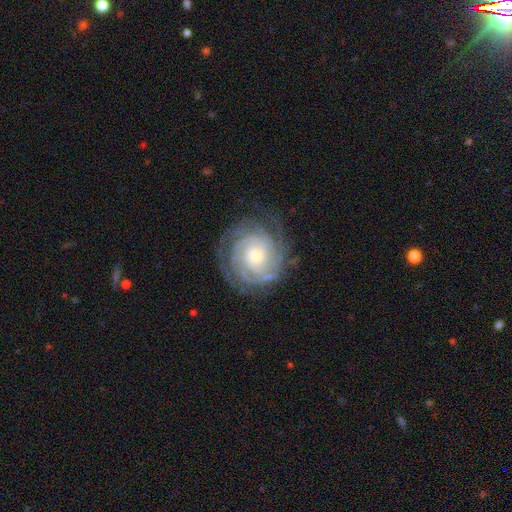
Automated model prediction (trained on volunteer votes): Smooth or featured? Predicted: featured or disk (p=0.87). Edge-on disk? Predicted: no (p=0.97). Bar? Predicted: no (p=0.75). Spiral arms? Predicted: yes (p=0.97). Spiral winding? Predicted: tight (p=0.80). Spiral arm count? Predicted: can't tell (p=0.28). Bulge size? Predicted: small (p=0.62). Merging? Predicted: none (p=0.78).